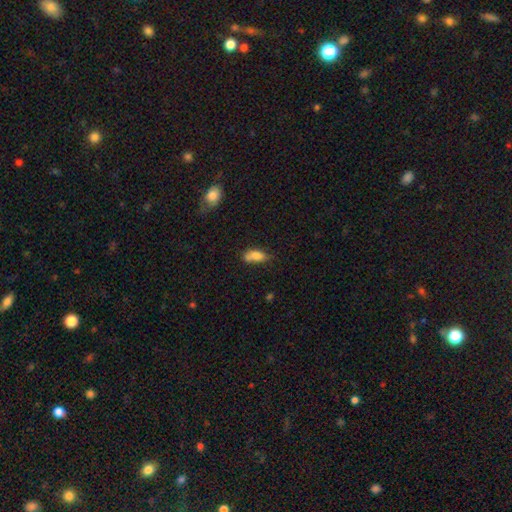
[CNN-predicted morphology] The model was most divided on "merging": none: 46%, minor disturbance: 29%, merger: 16%, major disturbance: 9%. More confident: smooth or featured — smooth (79%); how rounded — in between (79%).